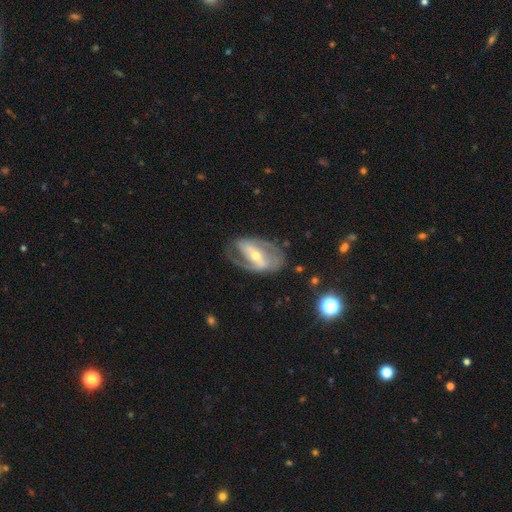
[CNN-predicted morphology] This appears to be a featured or disk galaxy (81%) with a strong bar (58%), 2 (74%) medium (44%) spiral arms (81%) and a moderate central bulge (53%). Merging: none (63%).